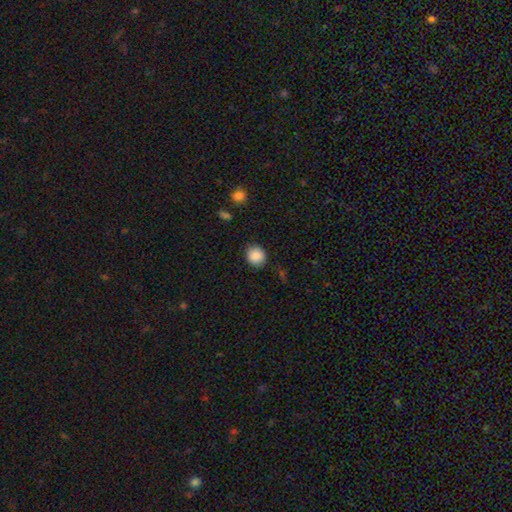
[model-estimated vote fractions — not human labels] smooth_or_featured: smooth (p=0.88) [alt: star or artifact p=0.08]
how_rounded: round (p=0.83) [alt: in between p=0.16]
merging: none (p=0.85) [alt: minor disturbance p=0.11]